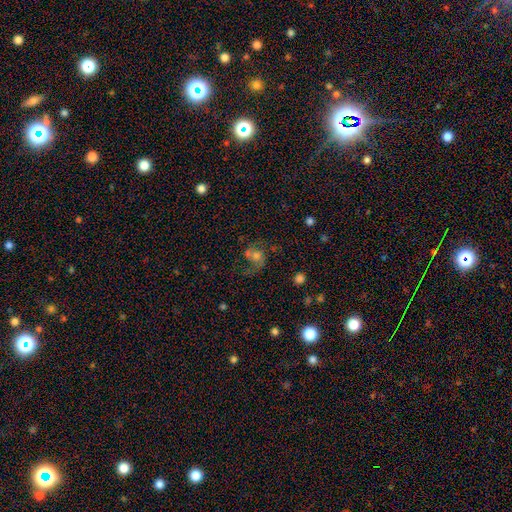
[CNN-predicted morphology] The model was most divided on "smooth or featured": featured or disk: 47%, smooth: 38%, star or artifact: 15%. Remaining: merging — none (41%).